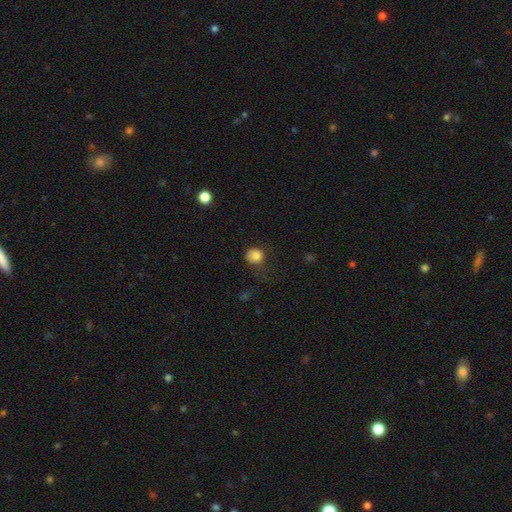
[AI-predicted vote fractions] Smooth or featured? smooth (83%)
How rounded? round (83%)
Merging? none (58%)